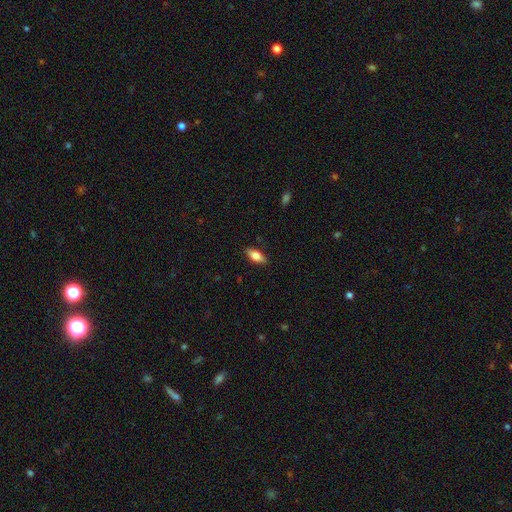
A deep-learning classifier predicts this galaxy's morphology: Smooth or featured? smooth (80%)
How rounded? in between (84%)
Merging? none (87%)